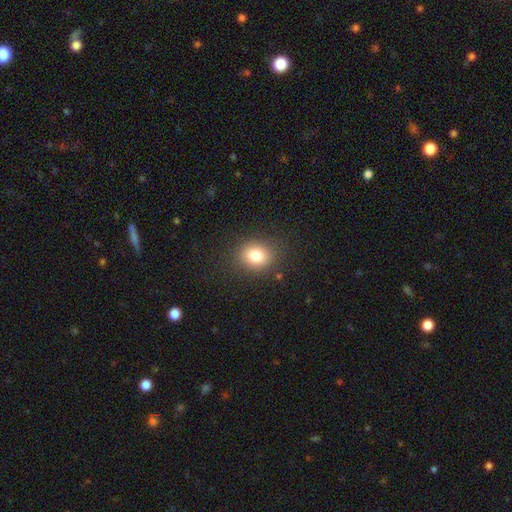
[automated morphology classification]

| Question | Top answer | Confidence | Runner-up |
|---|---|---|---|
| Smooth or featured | smooth | 80% | star or artifact (12%) |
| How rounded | round | 66% | in between (33%) |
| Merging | none | 86% | minor disturbance (9%) |